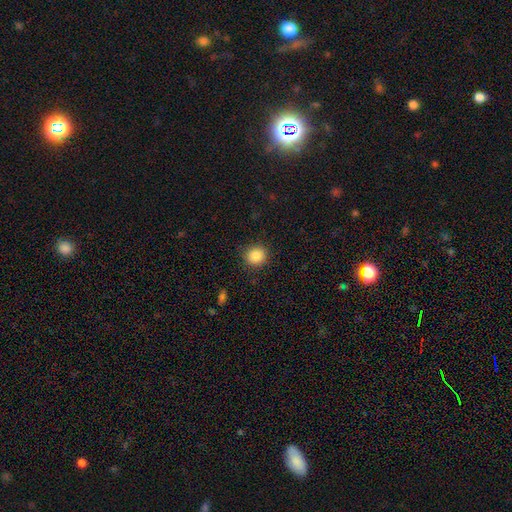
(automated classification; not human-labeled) A smooth galaxy with no disk features (87%) that is round (87%).

Vote fractions:
- Smooth or featured? smooth: 87% / star or artifact: 10% / featured or disk: 4%
- How rounded? round: 87% / in between: 12% / cigar-shaped: 1%
- Merging? none: 88% / minor disturbance: 8% / major disturbance: 3% / merger: 1%